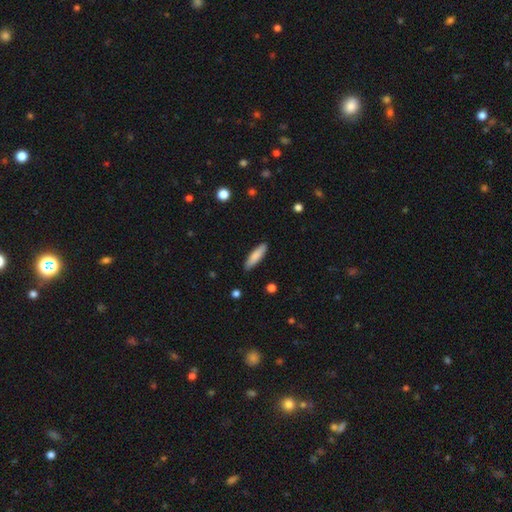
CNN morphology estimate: type=smooth (83%); roundness=cigar-shaped (69%); merging=none (87%).